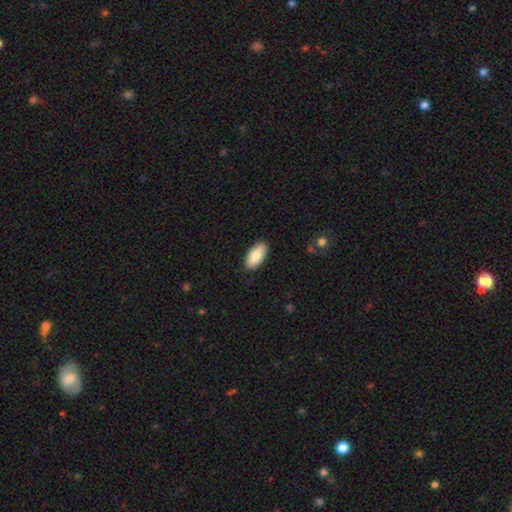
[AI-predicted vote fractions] Overall: smooth (86%). How rounded: in between (93%). Merging: none (90%).